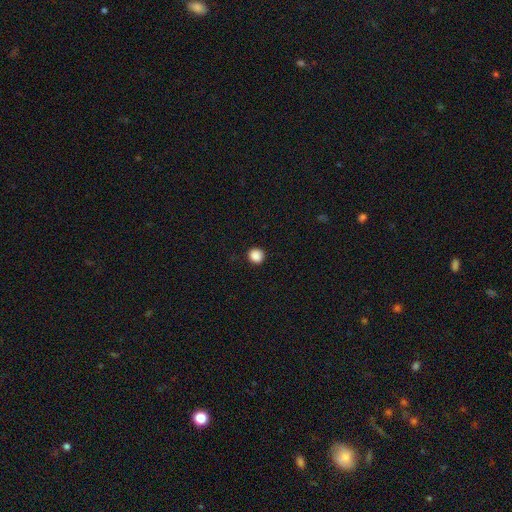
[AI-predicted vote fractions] smooth_or_featured: smooth (p=0.88) [alt: star or artifact p=0.10]
how_rounded: round (p=0.92) [alt: in between p=0.07]
merging: none (p=0.91) [alt: minor disturbance p=0.06]